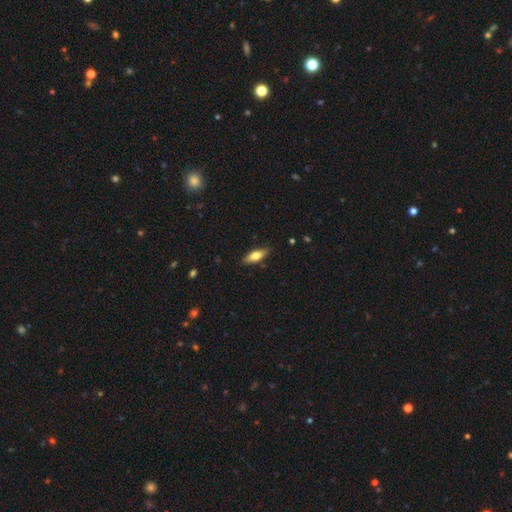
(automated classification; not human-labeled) Smooth or featured?
  - smooth: 71% *
  - featured or disk: 23%
  - star or artifact: 6%
How rounded?
  - in between: 63% *
  - cigar-shaped: 34%
  - round: 2%
Merging?
  - none: 86% *
  - minor disturbance: 11%
  - major disturbance: 2%
  - merger: 1%